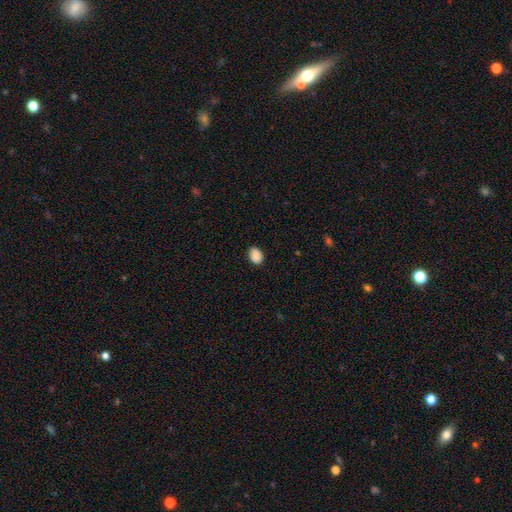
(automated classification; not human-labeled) Smooth or featured?
  - smooth: 89% *
  - star or artifact: 8%
  - featured or disk: 3%
How rounded?
  - in between: 70% *
  - round: 29%
  - cigar-shaped: 1%
Merging?
  - none: 84% *
  - minor disturbance: 12%
  - major disturbance: 2%
  - merger: 1%